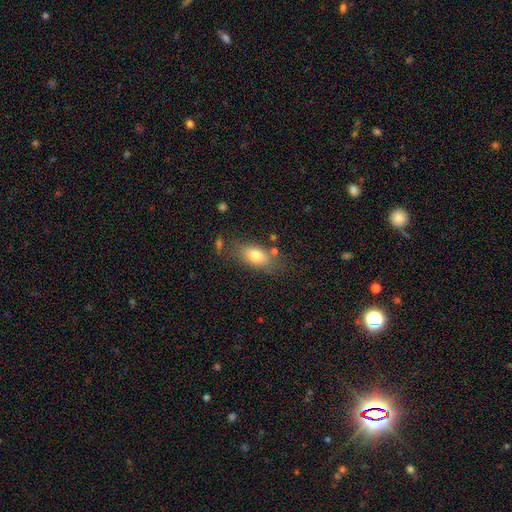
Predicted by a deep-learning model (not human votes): Q: Smooth or featured?
A: smooth (76%); runner-up: featured or disk (16%)
Q: How rounded?
A: in between (85%); runner-up: round (8%)
Q: Merging?
A: none (70%); runner-up: minor disturbance (17%)